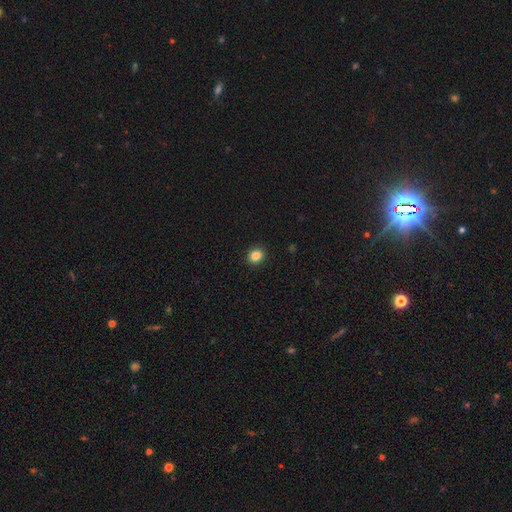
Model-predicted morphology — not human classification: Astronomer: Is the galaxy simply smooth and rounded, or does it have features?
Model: smooth — 85%.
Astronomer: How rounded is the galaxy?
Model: round — 74%.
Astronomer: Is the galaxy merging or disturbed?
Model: none — 92%.